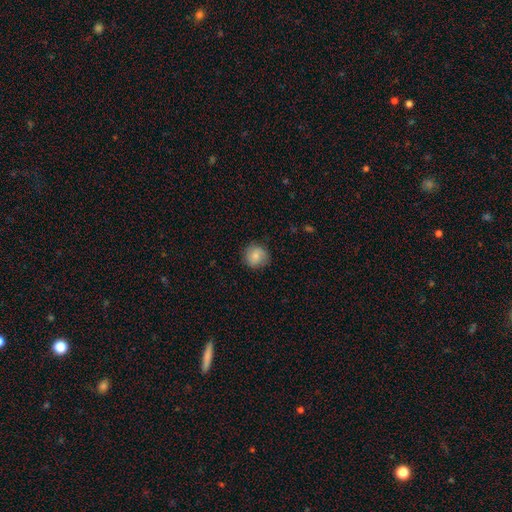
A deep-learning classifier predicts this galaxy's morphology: The model was most divided on "smooth or featured": smooth: 81%, featured or disk: 12%, star or artifact: 8%. More confident: how rounded — round (91%); merging — none (84%).